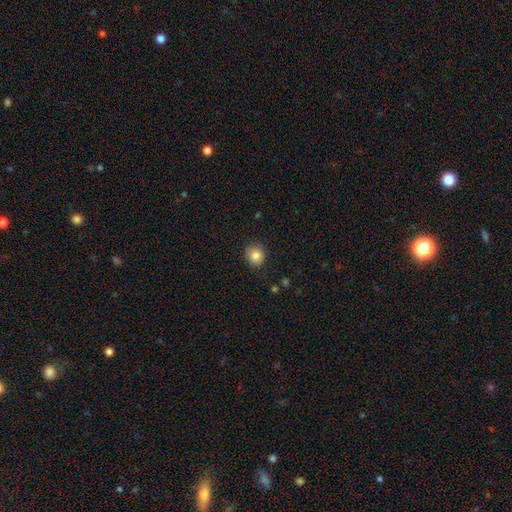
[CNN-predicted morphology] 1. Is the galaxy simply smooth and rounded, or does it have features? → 83% smooth, 9% star or artifact, 8% featured or disk.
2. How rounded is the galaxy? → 80% round, 19% in between, 1% cigar-shaped.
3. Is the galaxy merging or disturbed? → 83% none, 13% minor disturbance, 3% major disturbance, 1% merger.